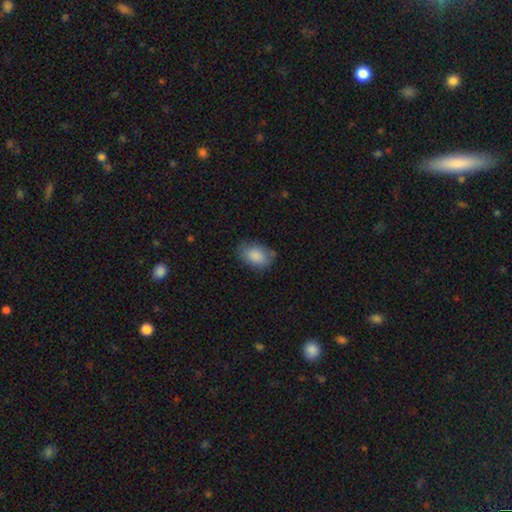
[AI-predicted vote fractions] Overall: smooth (87%). How rounded: in between (85%). Merging: none (74%).